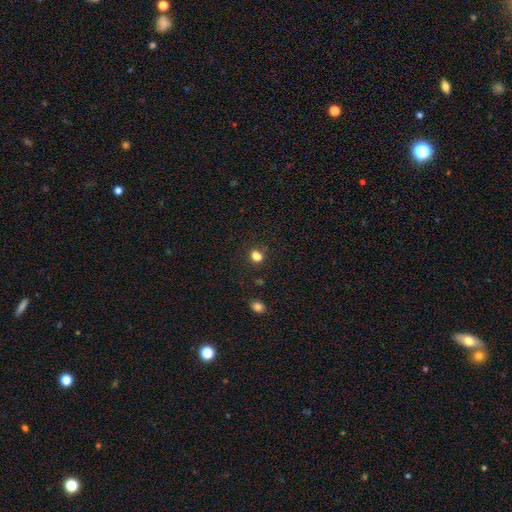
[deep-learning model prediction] Q: Smooth or featured?
A: smooth (80%); runner-up: star or artifact (15%)
Q: How rounded?
A: round (55%); runner-up: in between (43%)
Q: Merging?
A: none (72%); runner-up: minor disturbance (14%)